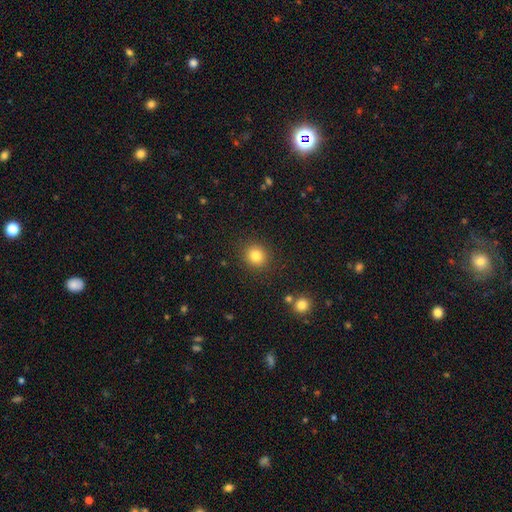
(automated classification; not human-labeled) Morphology: type=smooth (83%); roundness=round (86%); merging=none (89%).